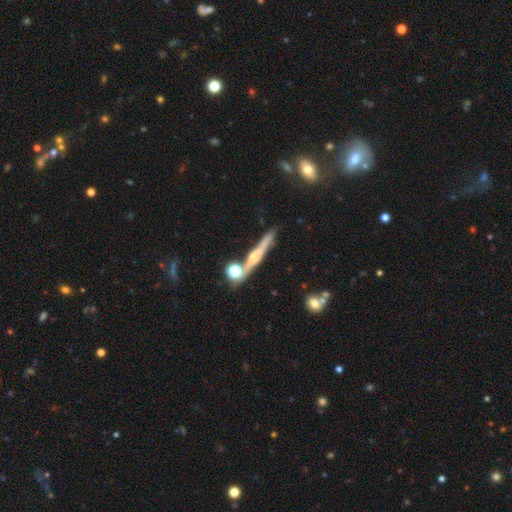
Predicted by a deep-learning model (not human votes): Smooth or featured? featured or disk (68%)
Edge-on disk? yes (95%)
Edge-on bulge? rounded (76%)
Merging? none (73%)